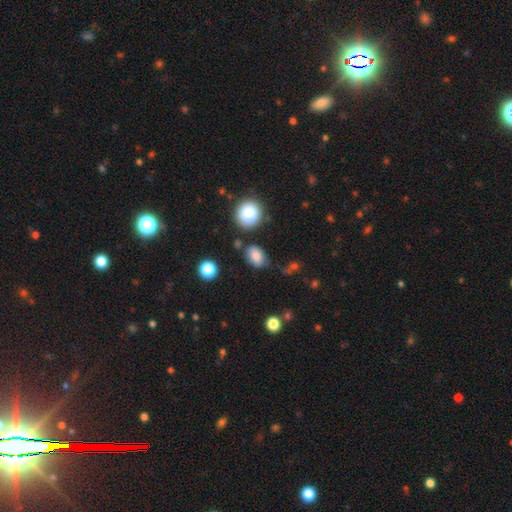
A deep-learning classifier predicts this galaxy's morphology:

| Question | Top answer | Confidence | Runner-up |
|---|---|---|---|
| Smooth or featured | smooth | 81% | star or artifact (11%) |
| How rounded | in between | 79% | round (19%) |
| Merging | none | 67% | minor disturbance (21%) |